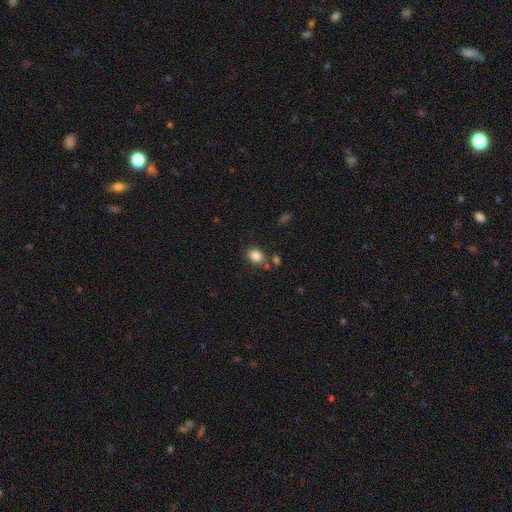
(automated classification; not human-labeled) Smooth or featured?
  - smooth: 84% *
  - star or artifact: 10%
  - featured or disk: 6%
How rounded?
  - in between: 51% *
  - round: 48%
  - cigar-shaped: 1%
Merging?
  - none: 75% *
  - minor disturbance: 12%
  - merger: 9%
  - major disturbance: 4%